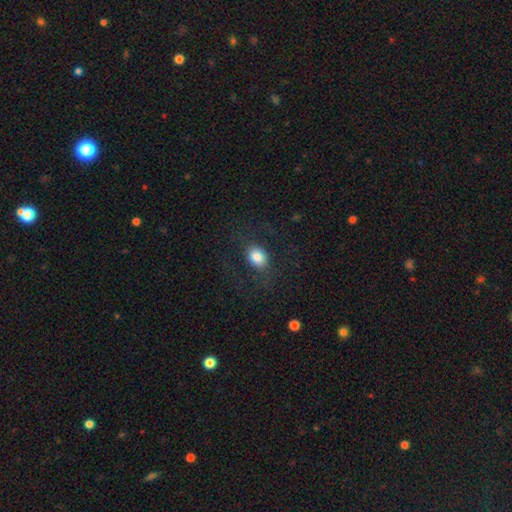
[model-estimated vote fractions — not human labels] This is clearly a smooth galaxy (81%). How rounded: possibly in between (59%). Merging: likely none (77%).